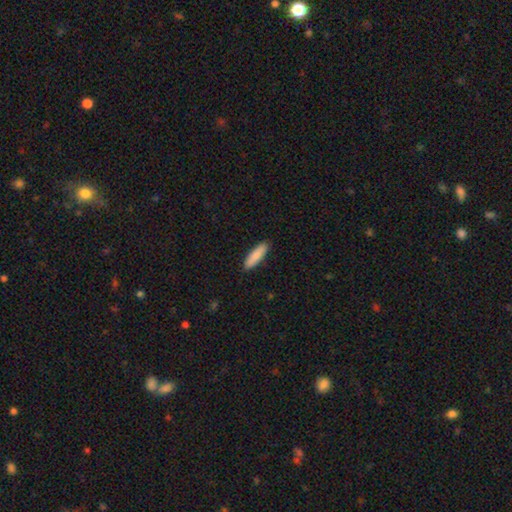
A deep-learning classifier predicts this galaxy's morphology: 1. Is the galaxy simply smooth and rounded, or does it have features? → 87% smooth, 7% featured or disk, 6% star or artifact.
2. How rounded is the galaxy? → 61% cigar-shaped, 37% in between, 1% round.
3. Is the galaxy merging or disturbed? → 89% none, 8% minor disturbance, 2% major disturbance, 1% merger.